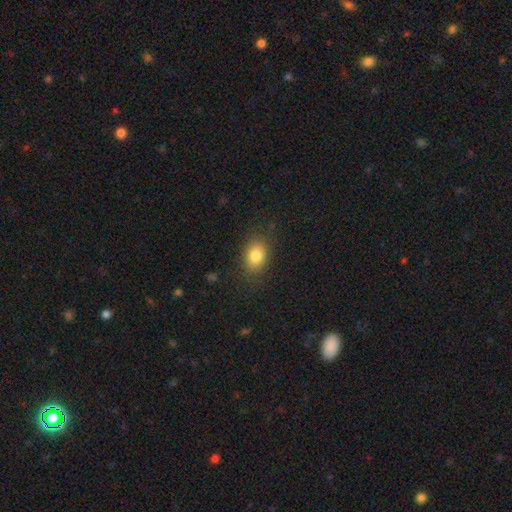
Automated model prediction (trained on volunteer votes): smooth-or-featured: smooth: 82% | star or artifact: 10% | featured or disk: 9%
  how-rounded: in between: 74% | round: 24% | cigar-shaped: 1%
  merging: none: 83% | minor disturbance: 11% | major disturbance: 4% | merger: 1%